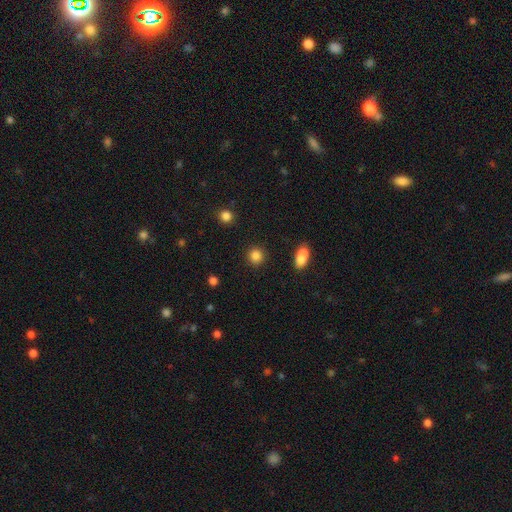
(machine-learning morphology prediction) This is clearly a smooth galaxy (85%). How rounded: clearly round (90%). Merging: clearly none (86%).